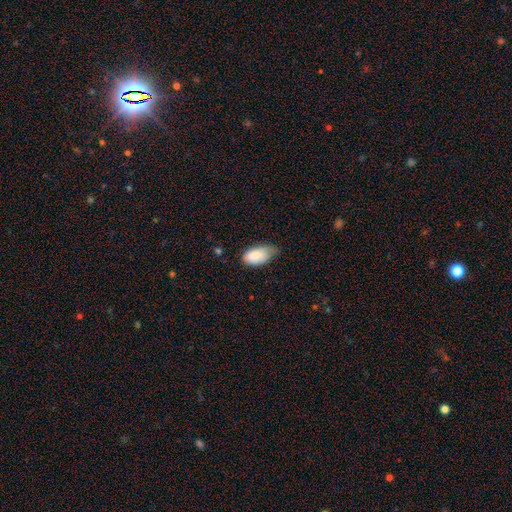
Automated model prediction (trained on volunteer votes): This appears to be a smooth galaxy with no disk features (82%) that is in between round and cigar-shaped (94%). Merging: minor disturbance (47%).